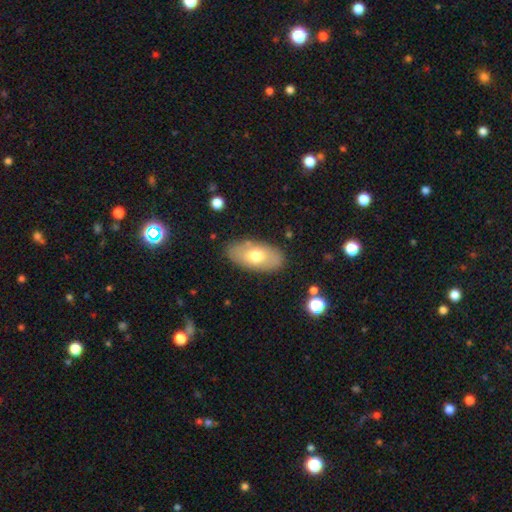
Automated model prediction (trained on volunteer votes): This is likely a smooth galaxy (65%). How rounded: clearly in between (93%). Merging: clearly none (82%).